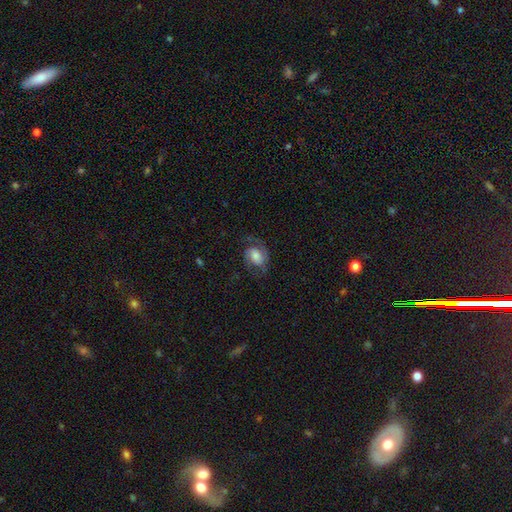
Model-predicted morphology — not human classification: smooth_or_featured: featured or disk (p=0.62) [alt: smooth p=0.30]
disk_edge_on: no (p=0.97) [alt: yes p=0.03]
bar: no (p=0.51) [alt: weak p=0.38]
has_spiral_arms: yes (p=0.91) [alt: no p=0.09]
spiral_winding: medium (p=0.49) [alt: loose p=0.30]
spiral_arm_count: 2 (p=0.85) [alt: 1 p=0.06]
bulge_size: moderate (p=0.36) [alt: large p=0.34]
merging: none (p=0.63) [alt: minor disturbance p=0.20]